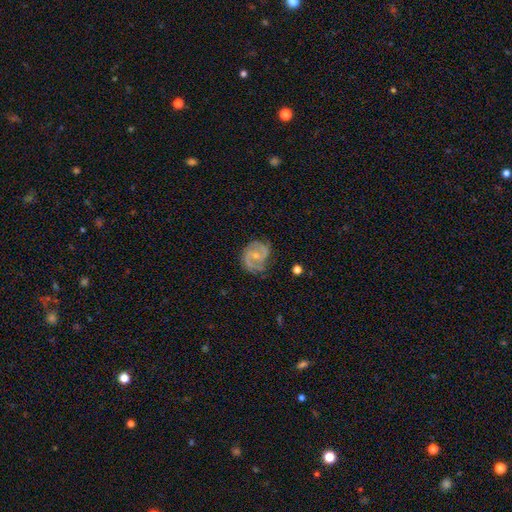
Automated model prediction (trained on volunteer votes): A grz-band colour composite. It shows a featured or disk galaxy (82%) with no bar (61%), 2 (69%) medium (44%) spiral arms (94%) and a small central bulge (63%). Merging: none (66%).